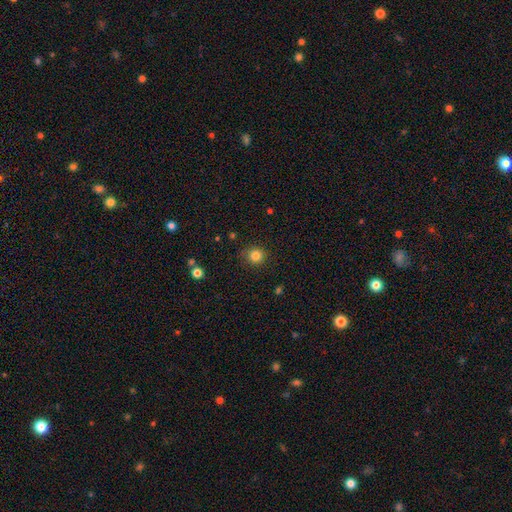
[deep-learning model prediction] A smooth galaxy with no disk features (83%) that is round (88%). Merging: none (85%).